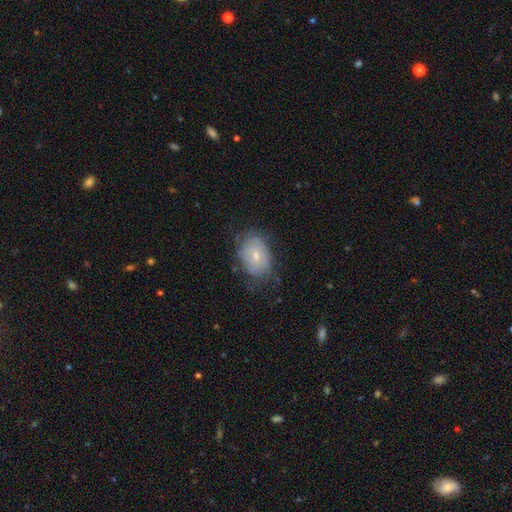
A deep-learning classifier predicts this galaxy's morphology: Smooth or featured? smooth (51%)
How rounded? in between (73%)
Merging? none (59%)